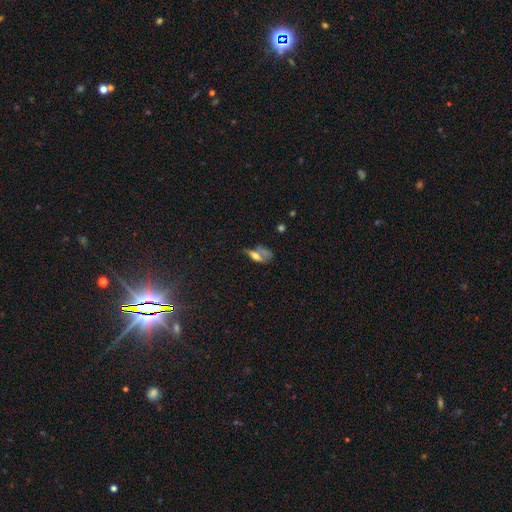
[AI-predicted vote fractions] smooth_or_featured: smooth (p=0.51) [alt: featured or disk p=0.32]
how_rounded: in between (p=0.68) [alt: cigar-shaped p=0.23]
merging: major disturbance (p=0.32) [alt: none p=0.29]